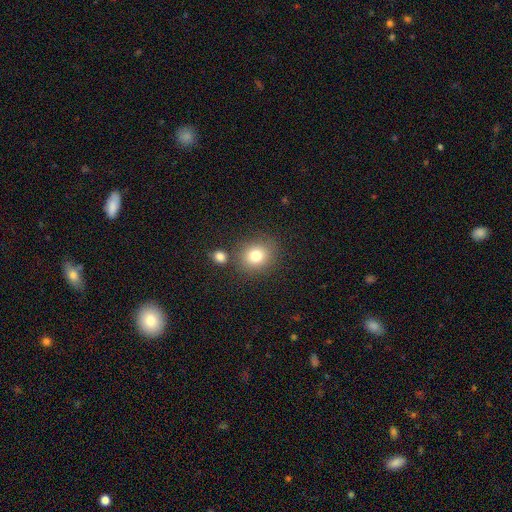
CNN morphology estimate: A smooth galaxy with no disk features (79%) that is round (76%).

Vote fractions:
- Smooth or featured? smooth: 79% / star or artifact: 12% / featured or disk: 9%
- How rounded? round: 76% / in between: 23% / cigar-shaped: 1%
- Merging? none: 76% / minor disturbance: 10% / merger: 10% / major disturbance: 4%